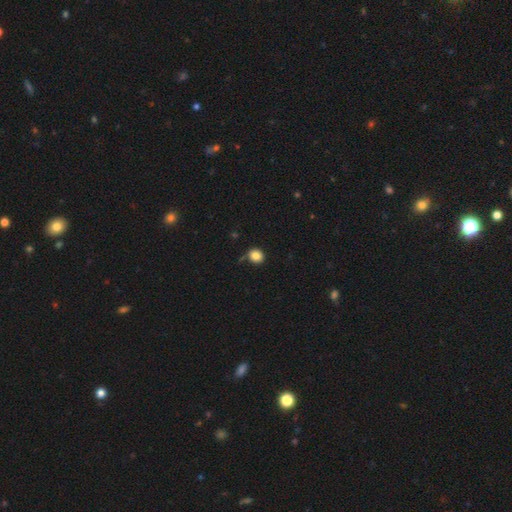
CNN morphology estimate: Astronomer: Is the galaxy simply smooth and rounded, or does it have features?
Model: smooth — 84%.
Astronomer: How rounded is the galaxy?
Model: round — 79%.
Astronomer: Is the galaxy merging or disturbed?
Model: none — 77%.